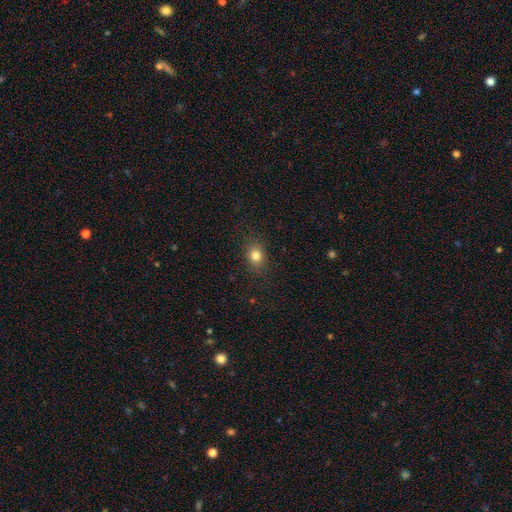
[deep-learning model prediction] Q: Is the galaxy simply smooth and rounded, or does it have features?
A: smooth — 82%.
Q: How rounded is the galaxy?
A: round — 52%.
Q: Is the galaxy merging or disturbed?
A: none — 85%.